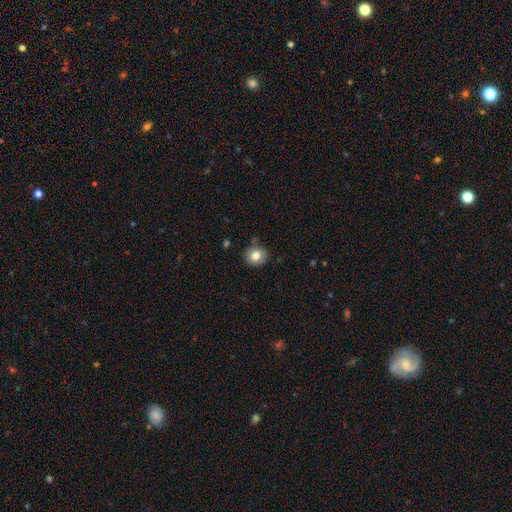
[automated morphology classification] type=smooth (79%); roundness=round (84%); merging=none (85%).